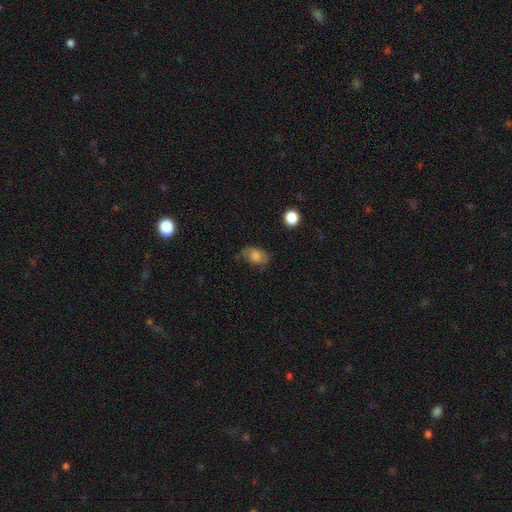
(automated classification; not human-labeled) Overall: smooth (71%). How rounded: in between (82%). Merging: none (60%; minor disturbance 28%).